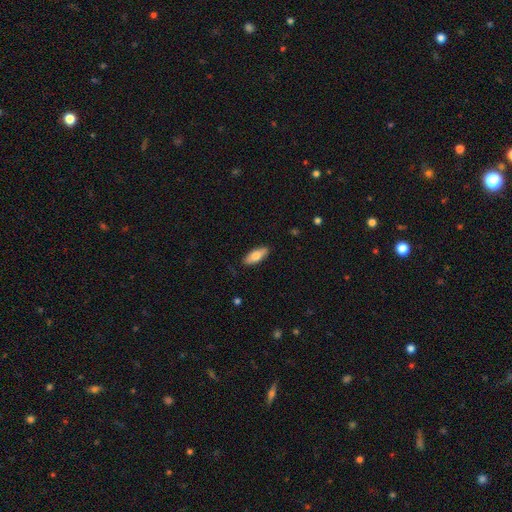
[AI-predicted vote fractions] Q: Smooth or featured?
A: smooth (73%); runner-up: featured or disk (22%)
Q: How rounded?
A: in between (75%); runner-up: cigar-shaped (23%)
Q: Merging?
A: none (86%); runner-up: minor disturbance (11%)